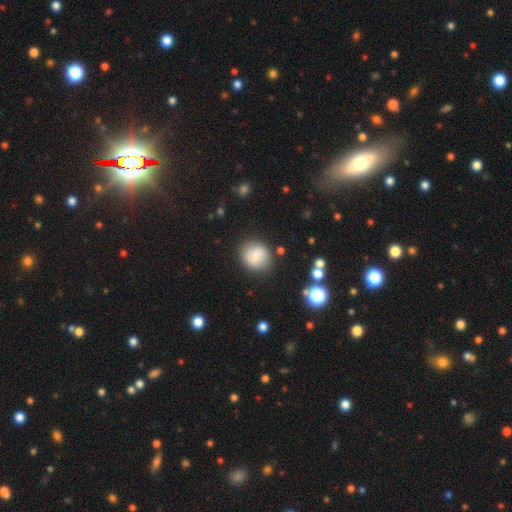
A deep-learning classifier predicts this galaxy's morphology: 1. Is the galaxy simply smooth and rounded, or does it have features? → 71% smooth, 20% featured or disk, 9% star or artifact.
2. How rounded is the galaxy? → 81% round, 18% in between, 1% cigar-shaped.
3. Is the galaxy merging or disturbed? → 81% none, 12% minor disturbance, 4% major disturbance, 3% merger.